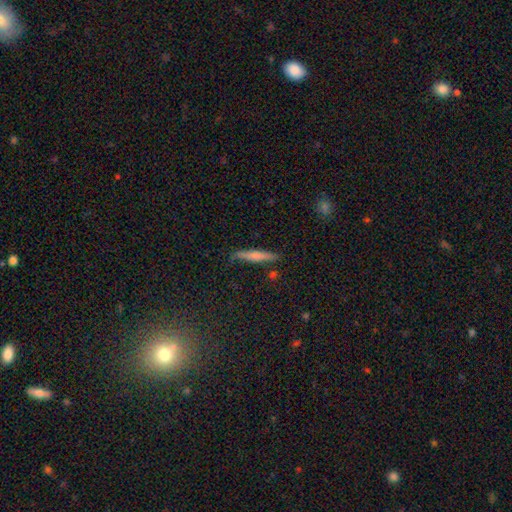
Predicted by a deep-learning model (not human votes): Smooth or featured?
  - smooth: 61% *
  - featured or disk: 32%
  - star or artifact: 8%
How rounded?
  - cigar-shaped: 93% *
  - in between: 5%
  - round: 2%
Merging?
  - none: 81% *
  - minor disturbance: 14%
  - major disturbance: 3%
  - merger: 2%